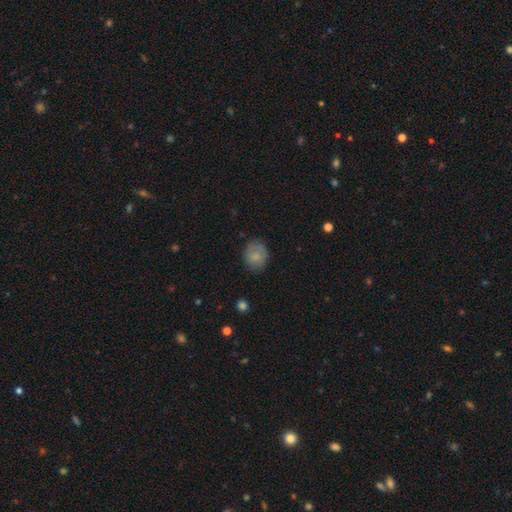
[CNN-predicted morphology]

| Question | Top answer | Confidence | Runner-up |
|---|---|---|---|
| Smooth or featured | smooth | 77% | featured or disk (15%) |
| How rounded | round | 68% | in between (31%) |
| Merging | none | 72% | minor disturbance (21%) |